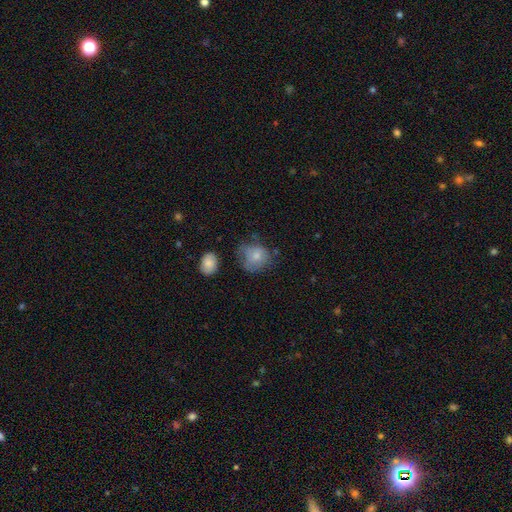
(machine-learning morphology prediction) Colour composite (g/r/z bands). It shows a smooth galaxy with no disk features (71%) that is round (67%). Merging: none (45%).